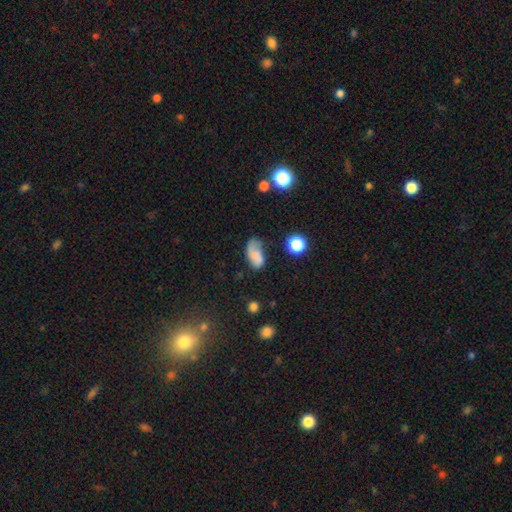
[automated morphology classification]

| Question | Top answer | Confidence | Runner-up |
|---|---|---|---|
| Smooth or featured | smooth | 64% | featured or disk (24%) |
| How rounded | in between | 90% | round (7%) |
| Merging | none | 38% | minor disturbance (32%) |